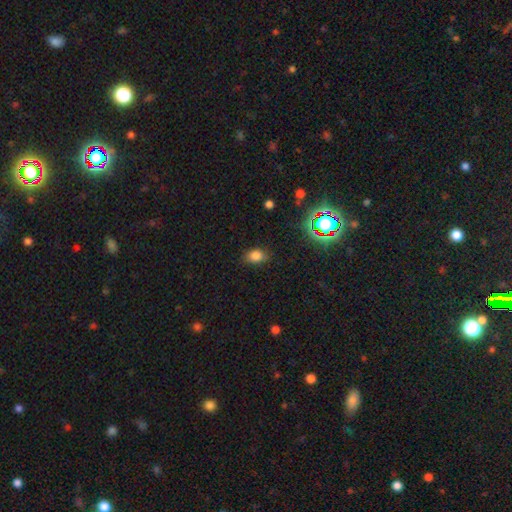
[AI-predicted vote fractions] Overall: smooth (78%). How rounded: in between (73%). Merging: none (79%).